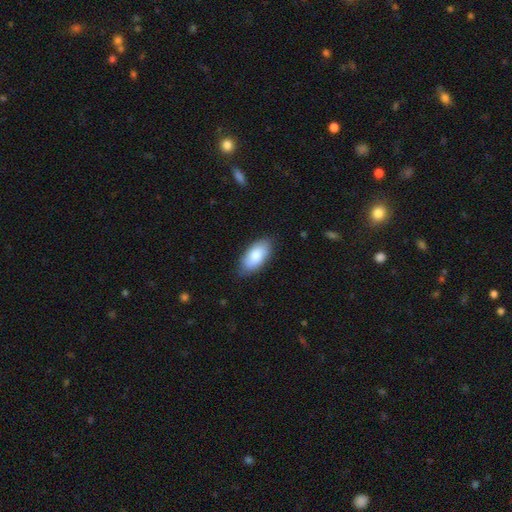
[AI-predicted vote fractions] A smooth galaxy with no disk features (82%) that is in between round and cigar-shaped (93%).

Vote fractions:
- Smooth or featured? smooth: 82% / featured or disk: 13% / star or artifact: 5%
- How rounded? in between: 93% / cigar-shaped: 5% / round: 2%
- Merging? none: 81% / minor disturbance: 15% / major disturbance: 3% / merger: 1%